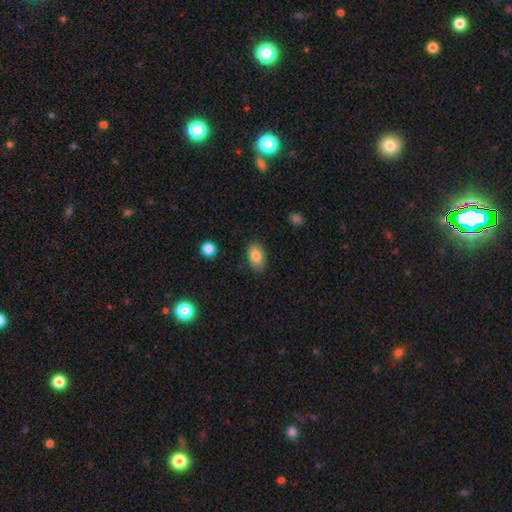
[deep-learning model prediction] A smooth galaxy with no disk features (83%) that is in between round and cigar-shaped (91%).

Vote fractions:
- Smooth or featured? smooth: 83% / featured or disk: 9% / star or artifact: 8%
- How rounded? in between: 91% / round: 7% / cigar-shaped: 2%
- Merging? none: 85% / minor disturbance: 11% / major disturbance: 2% / merger: 1%